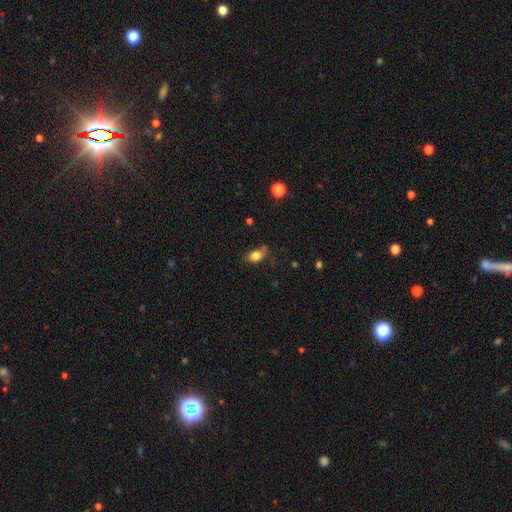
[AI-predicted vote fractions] Q: Smooth or featured?
A: smooth (79%); runner-up: featured or disk (11%)
Q: How rounded?
A: in between (75%); runner-up: round (21%)
Q: Merging?
A: none (54%); runner-up: minor disturbance (32%)